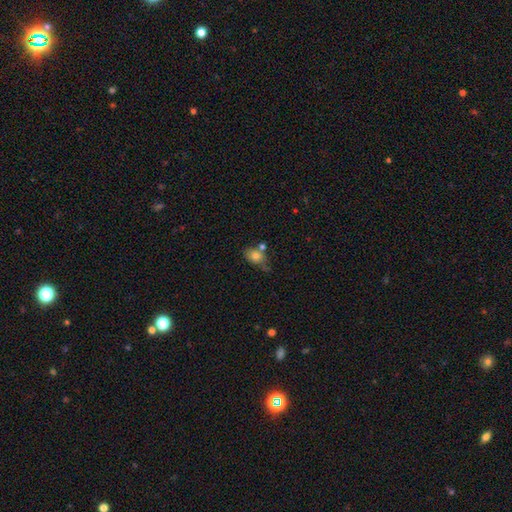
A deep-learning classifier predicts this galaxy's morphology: smooth_or_featured: smooth (p=0.76) [alt: featured or disk p=0.14]
how_rounded: in between (p=0.70) [alt: round p=0.28]
merging: none (p=0.51) [alt: minor disturbance p=0.22]